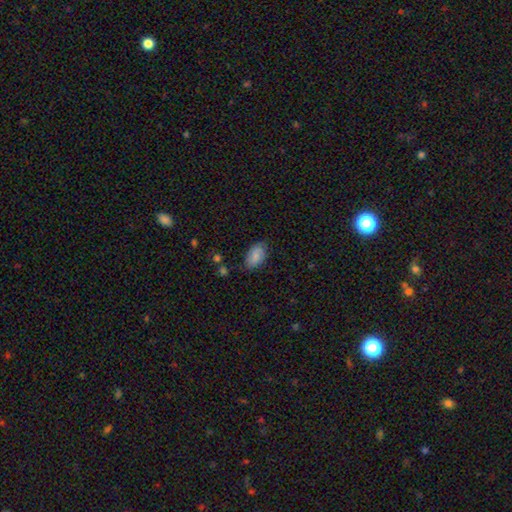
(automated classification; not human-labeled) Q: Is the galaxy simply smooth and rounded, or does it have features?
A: smooth — 78%.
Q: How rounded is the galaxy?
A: in between — 93%.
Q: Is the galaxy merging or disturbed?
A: none — 73%.